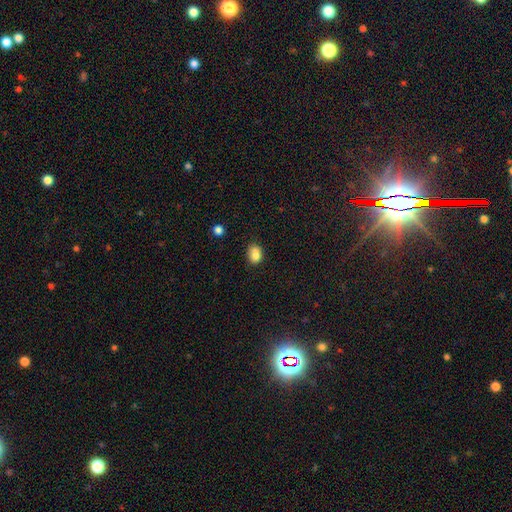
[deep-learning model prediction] A smooth galaxy with no disk features (81%) that is in between round and cigar-shaped (62%).

Vote fractions:
- Smooth or featured? smooth: 81% / star or artifact: 10% / featured or disk: 9%
- How rounded? in between: 62% / round: 37% / cigar-shaped: 1%
- Merging? none: 62% / minor disturbance: 22% / merger: 11% / major disturbance: 5%